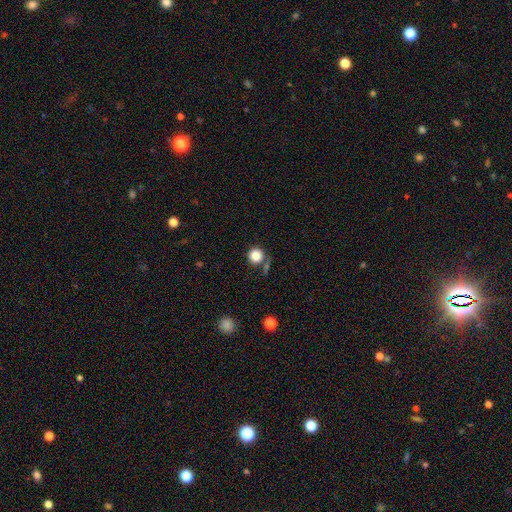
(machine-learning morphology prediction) Q: Smooth or featured?
A: smooth (84%); runner-up: star or artifact (11%)
Q: How rounded?
A: round (94%); runner-up: in between (5%)
Q: Merging?
A: none (74%); runner-up: minor disturbance (12%)